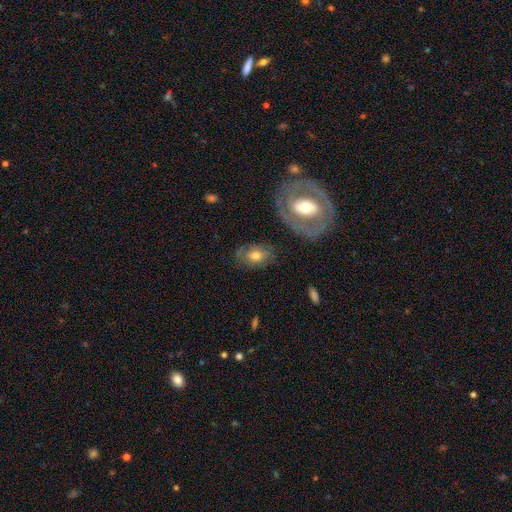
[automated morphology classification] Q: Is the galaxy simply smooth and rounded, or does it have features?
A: smooth — 53%.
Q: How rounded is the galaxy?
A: in between — 77%.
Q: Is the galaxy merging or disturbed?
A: none — 72%.